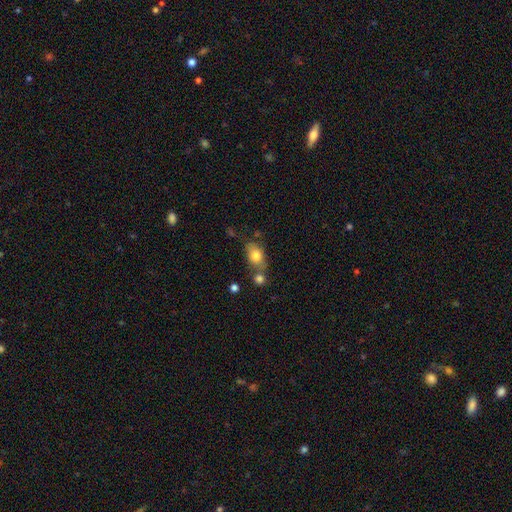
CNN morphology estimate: A smooth galaxy with no disk features (78%) that is in between round and cigar-shaped (74%).

Vote fractions:
- Smooth or featured? smooth: 78% / featured or disk: 13% / star or artifact: 8%
- How rounded? in between: 74% / round: 23% / cigar-shaped: 3%
- Merging? none: 50% / merger: 26% / minor disturbance: 17% / major disturbance: 6%